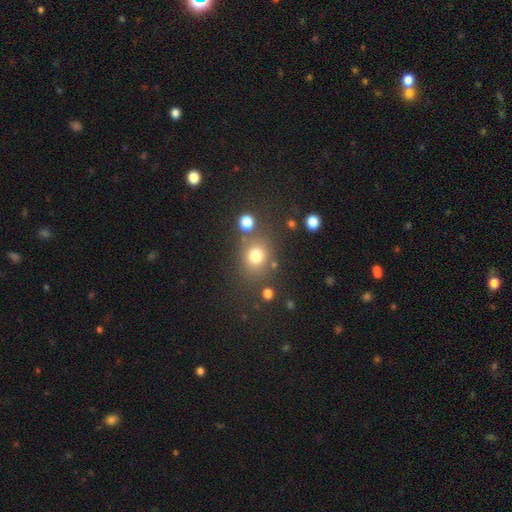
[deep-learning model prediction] Smooth or featured? Predicted: smooth (p=0.76). How rounded? Predicted: round (p=0.74). Merging? Predicted: none (p=0.74).